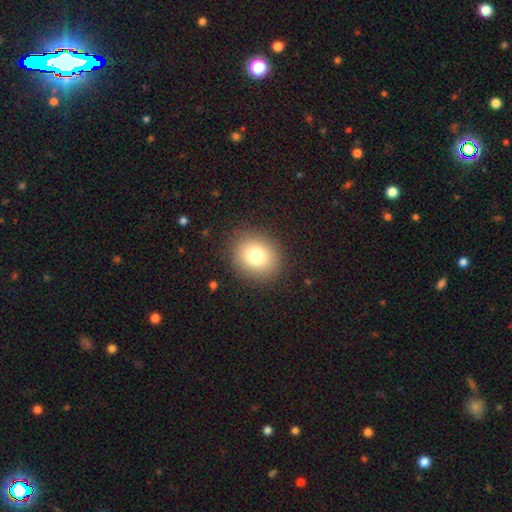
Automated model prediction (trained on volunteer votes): The model was most divided on "how rounded": round: 76%, in between: 23%, cigar-shaped: 1%. More confident: merging — none (88%); smooth or featured — smooth (78%).